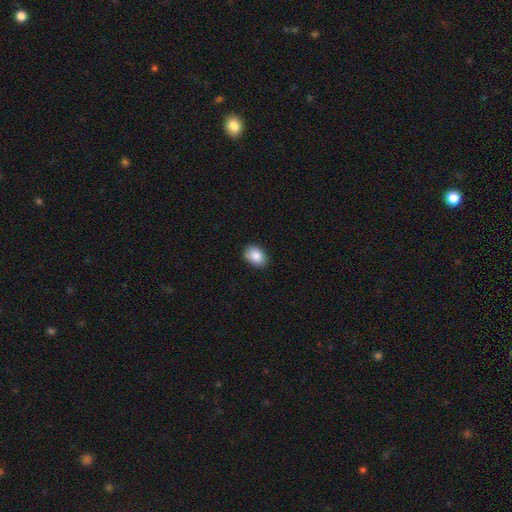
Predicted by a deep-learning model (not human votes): Overall: smooth (88%). How rounded: in between (80%). Merging: none (83%).